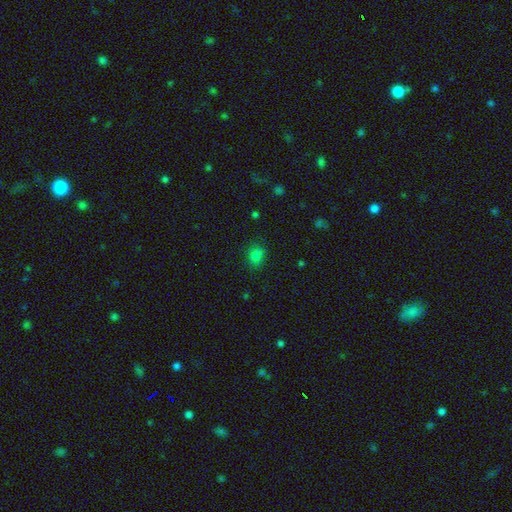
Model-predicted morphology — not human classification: smooth 80%, star or artifact 15%, featured or disk 5%. Down the decision tree: how rounded — round (52%); merging — none (81%).